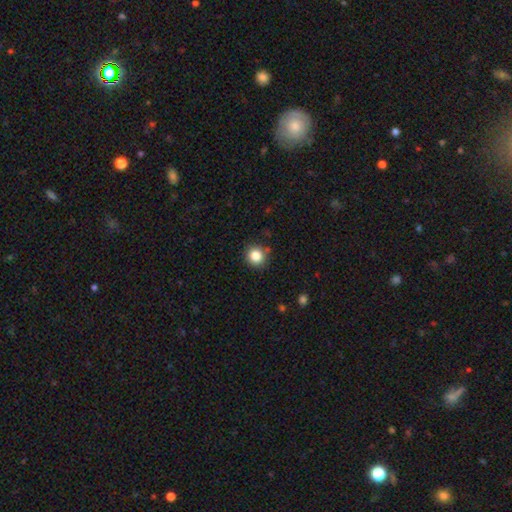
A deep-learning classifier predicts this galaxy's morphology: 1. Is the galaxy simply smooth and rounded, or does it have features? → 84% smooth, 11% star or artifact, 5% featured or disk.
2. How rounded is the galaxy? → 90% round, 9% in between, 1% cigar-shaped.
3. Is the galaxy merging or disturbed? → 87% none, 8% minor disturbance, 2% merger, 2% major disturbance.